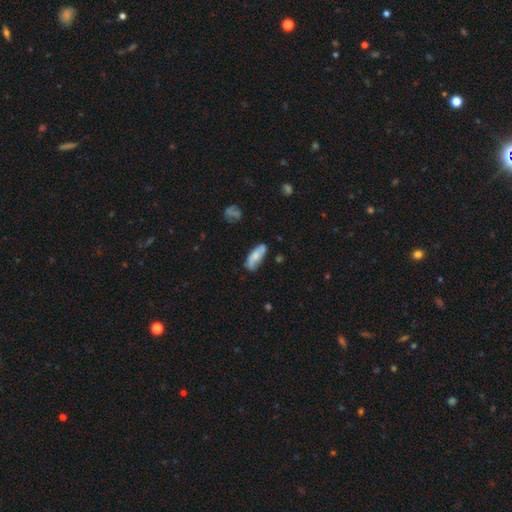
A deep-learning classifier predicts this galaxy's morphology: Overall: smooth (61%; featured or disk 32%). How rounded: in between (73%). Merging: none (66%).